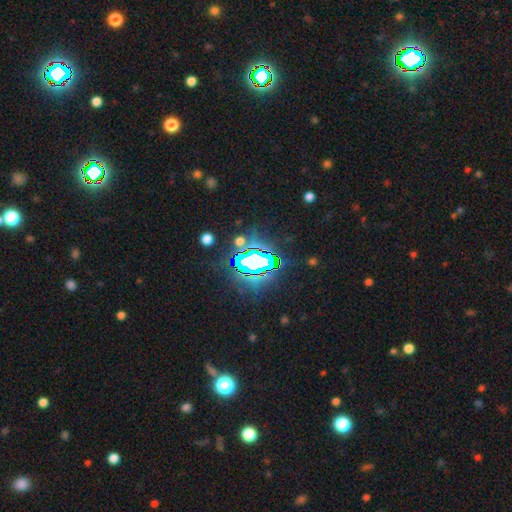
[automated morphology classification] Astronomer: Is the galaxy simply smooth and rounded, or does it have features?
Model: star or artifact — 74%.